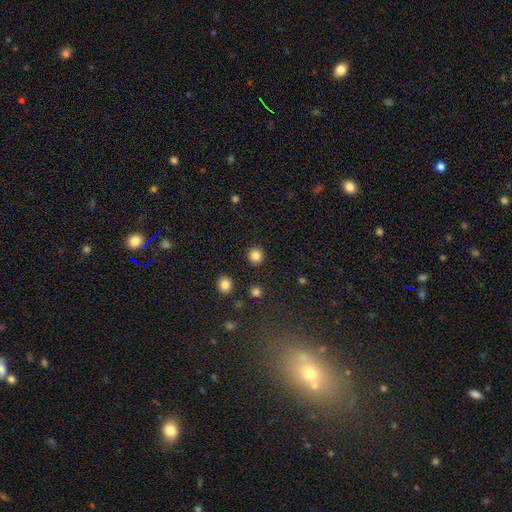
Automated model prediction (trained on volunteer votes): smooth-or-featured: smooth: 85% | star or artifact: 11% | featured or disk: 4%
  how-rounded: round: 95% | in between: 4% | cigar-shaped: 1%
  merging: none: 92% | minor disturbance: 4% | major disturbance: 2% | merger: 2%